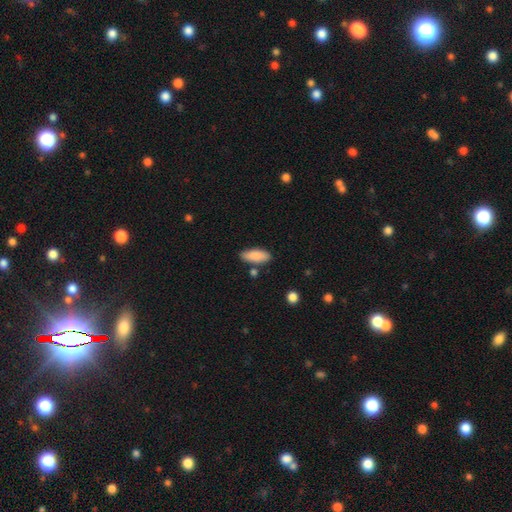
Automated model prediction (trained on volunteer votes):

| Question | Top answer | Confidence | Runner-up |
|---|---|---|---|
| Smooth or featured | smooth | 87% | featured or disk (7%) |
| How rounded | in between | 77% | cigar-shaped (21%) |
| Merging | none | 79% | minor disturbance (13%) |